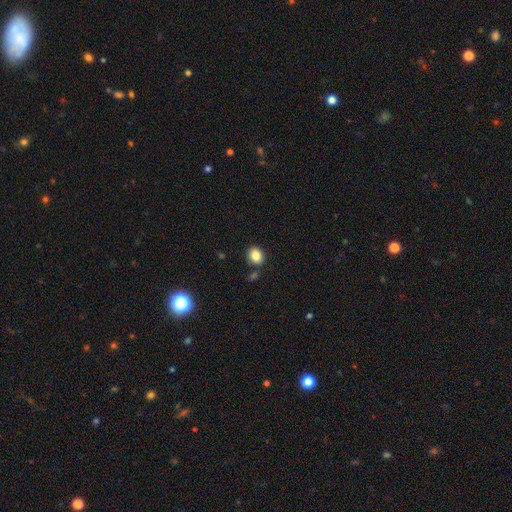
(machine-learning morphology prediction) Smooth or featured: smooth — 85% (star or artifact — 9%)
How rounded: round — 50% (in between — 49%)
Merging: none — 81% (minor disturbance — 10%)